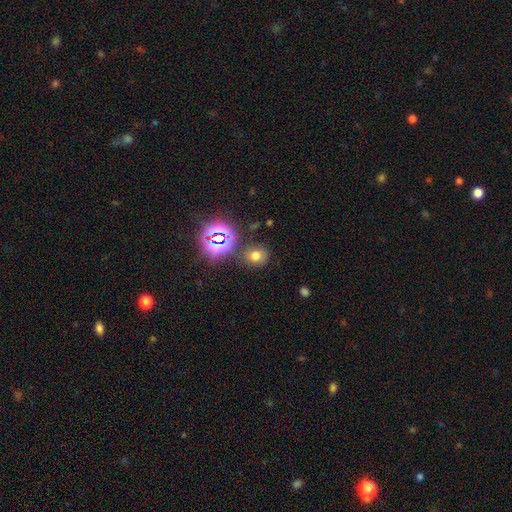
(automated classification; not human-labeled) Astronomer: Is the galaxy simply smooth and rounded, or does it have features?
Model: smooth — 63%.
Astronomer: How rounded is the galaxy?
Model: round — 62% (runner-up: in between, 37%).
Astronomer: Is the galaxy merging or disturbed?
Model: none — 79%.